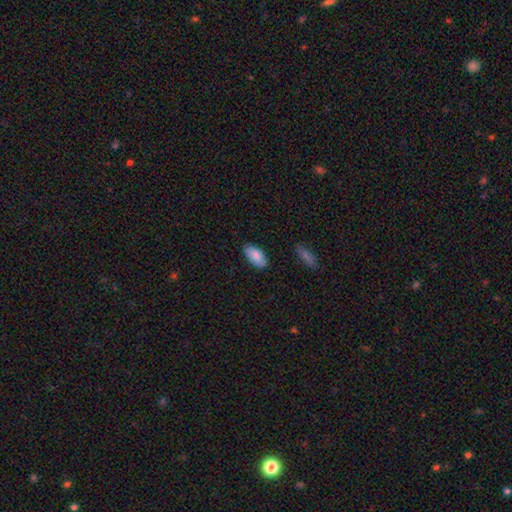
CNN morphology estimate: Q: Smooth or featured?
A: smooth (86%); runner-up: featured or disk (8%)
Q: How rounded?
A: in between (94%); runner-up: cigar-shaped (4%)
Q: Merging?
A: none (84%); runner-up: minor disturbance (12%)